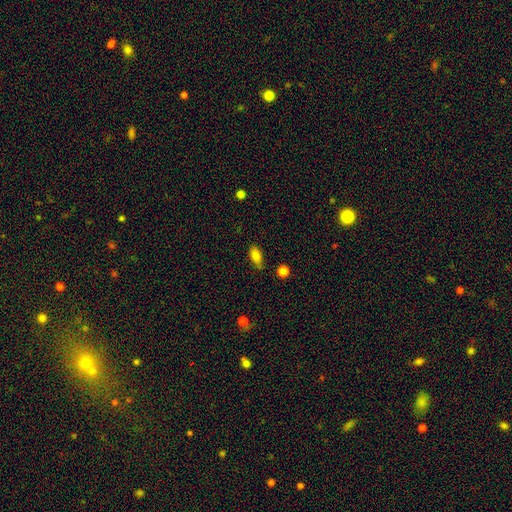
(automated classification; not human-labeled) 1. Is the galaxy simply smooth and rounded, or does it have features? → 80% smooth, 11% featured or disk, 9% star or artifact.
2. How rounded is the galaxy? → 84% in between, 11% cigar-shaped, 6% round.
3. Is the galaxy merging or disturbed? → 76% none, 19% minor disturbance, 3% major disturbance, 2% merger.